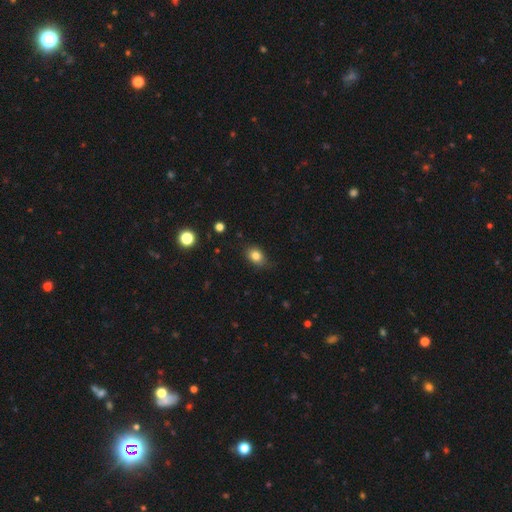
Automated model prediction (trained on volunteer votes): Smooth or featured? Predicted: smooth (p=0.83). How rounded? Predicted: in between (p=0.65). Merging? Predicted: none (p=0.77).